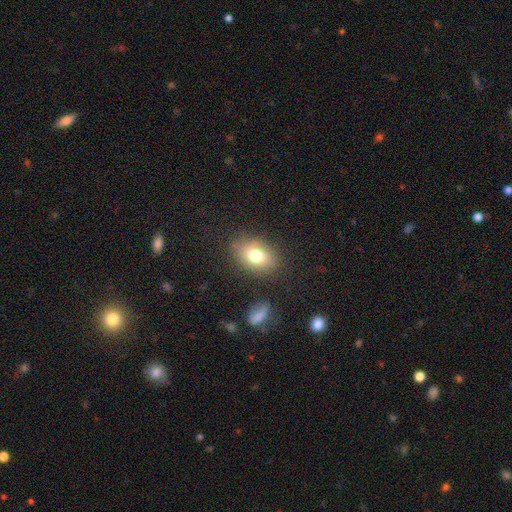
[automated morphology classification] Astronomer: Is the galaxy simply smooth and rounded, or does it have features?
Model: smooth — 77%.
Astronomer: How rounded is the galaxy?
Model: in between — 82%.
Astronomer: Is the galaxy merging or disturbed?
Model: none — 79%.